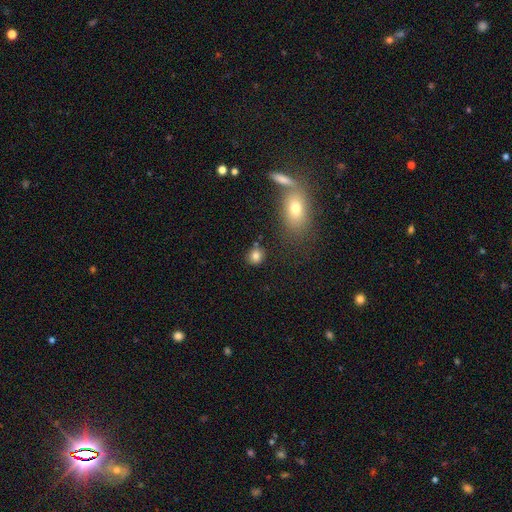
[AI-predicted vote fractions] Morphology: type=smooth (81%); roundness=round (77%); merging=none (81%).